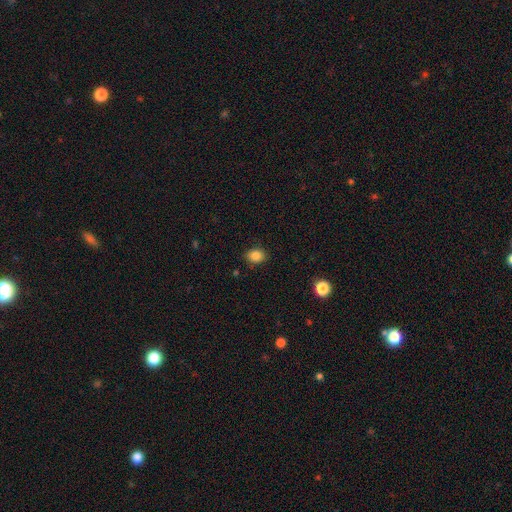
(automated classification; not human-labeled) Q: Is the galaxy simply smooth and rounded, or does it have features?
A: smooth — 85%.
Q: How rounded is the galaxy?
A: round — 51%.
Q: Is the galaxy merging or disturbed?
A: none — 86%.